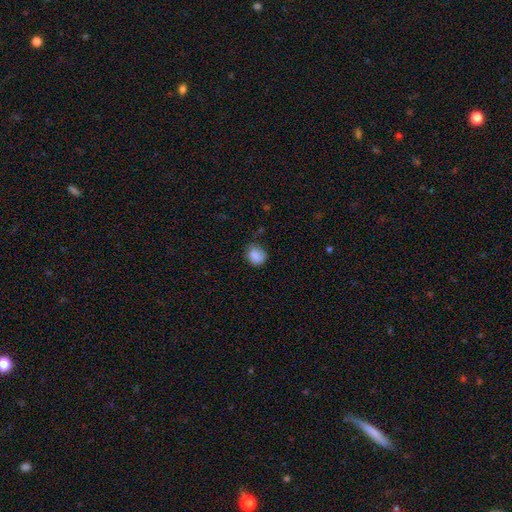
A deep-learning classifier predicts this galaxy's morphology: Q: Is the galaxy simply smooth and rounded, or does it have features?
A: smooth — 86%.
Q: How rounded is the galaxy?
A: round — 66%.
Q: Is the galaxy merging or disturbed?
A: none — 66%.